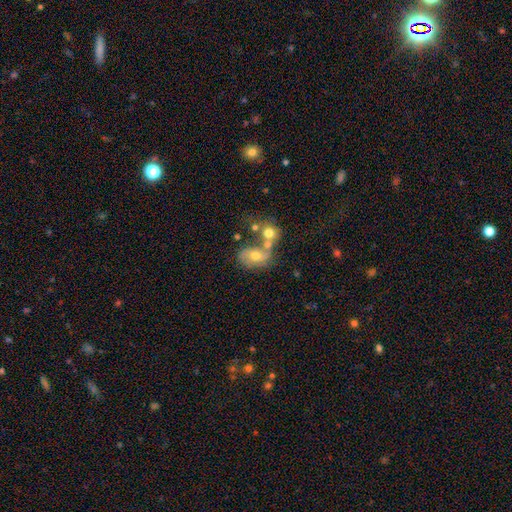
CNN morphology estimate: Overall: smooth (45%; featured or disk 44%). Merging: merger (48%; none 29%).